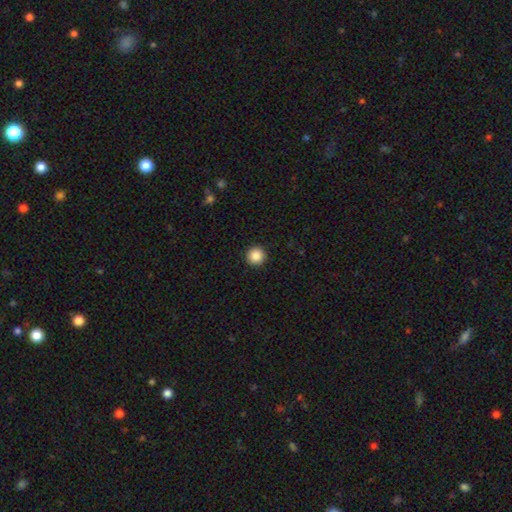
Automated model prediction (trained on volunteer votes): smooth_or_featured: smooth (p=0.87) [alt: star or artifact p=0.09]
how_rounded: round (p=0.96) [alt: in between p=0.03]
merging: none (p=0.94) [alt: minor disturbance p=0.04]